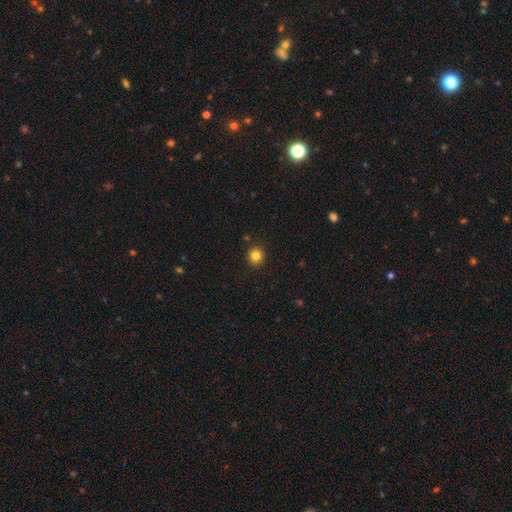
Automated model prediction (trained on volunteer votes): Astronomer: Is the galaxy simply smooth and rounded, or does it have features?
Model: smooth — 83%.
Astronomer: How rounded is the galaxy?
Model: round — 90%.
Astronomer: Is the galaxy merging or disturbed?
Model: none — 91%.